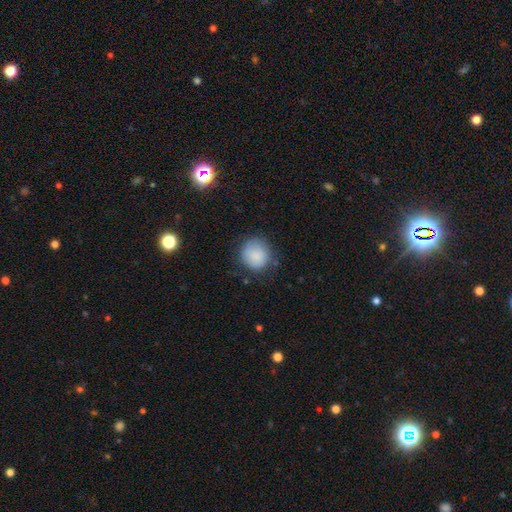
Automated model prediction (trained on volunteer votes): smooth 87%, star or artifact 8%, featured or disk 6%. Down the decision tree: how rounded — round (89%); merging — none (77%).